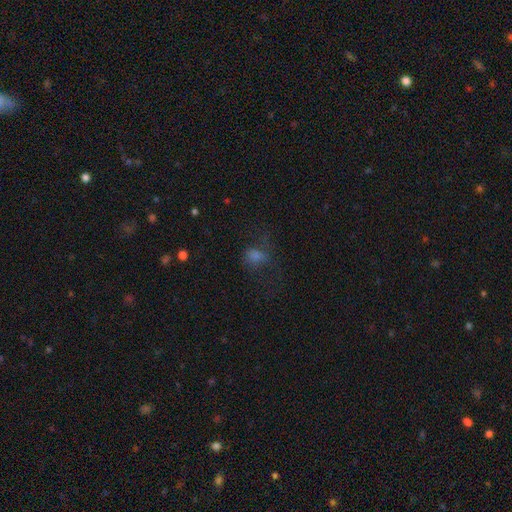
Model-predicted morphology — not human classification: Smooth or featured: smooth — 53% (star or artifact — 25%)
How rounded: round — 51% (in between — 47%)
Merging: none — 48% (major disturbance — 31%)